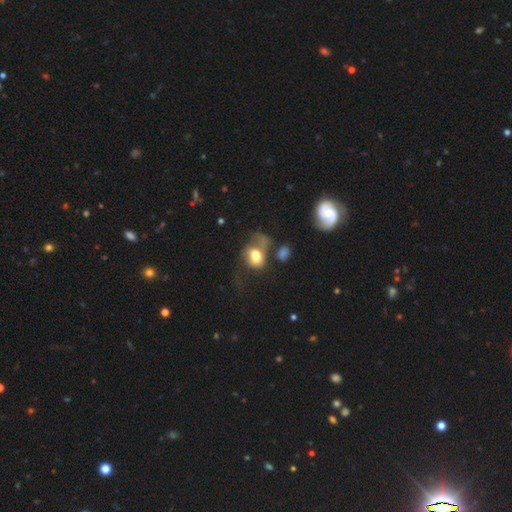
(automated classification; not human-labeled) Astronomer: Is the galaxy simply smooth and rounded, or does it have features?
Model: smooth — 61%.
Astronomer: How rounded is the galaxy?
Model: in between — 60% (runner-up: round, 39%).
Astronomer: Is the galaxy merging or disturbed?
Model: major disturbance — 45% (runner-up: none, 23%).